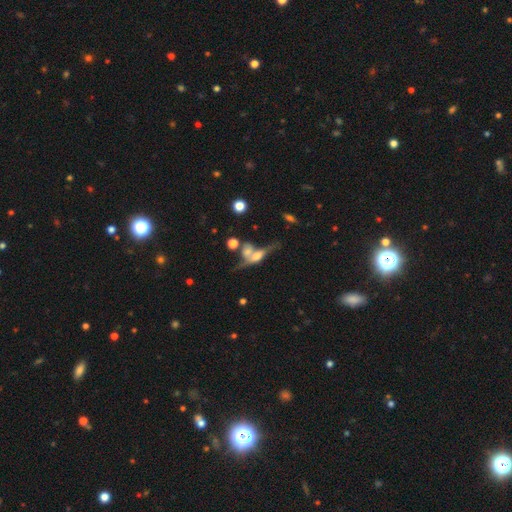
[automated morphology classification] The model was most divided on "edge-on disk": yes: 59%, no: 41%. Remaining: smooth or featured — featured or disk (56%); merging — merger (46%).